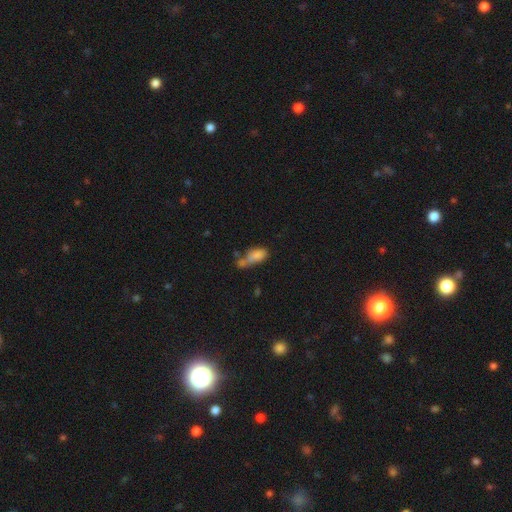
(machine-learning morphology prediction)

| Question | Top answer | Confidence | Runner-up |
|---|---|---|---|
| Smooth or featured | smooth | 78% | featured or disk (12%) |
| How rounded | in between | 86% | cigar-shaped (8%) |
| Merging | merger | 46% | none (28%) |